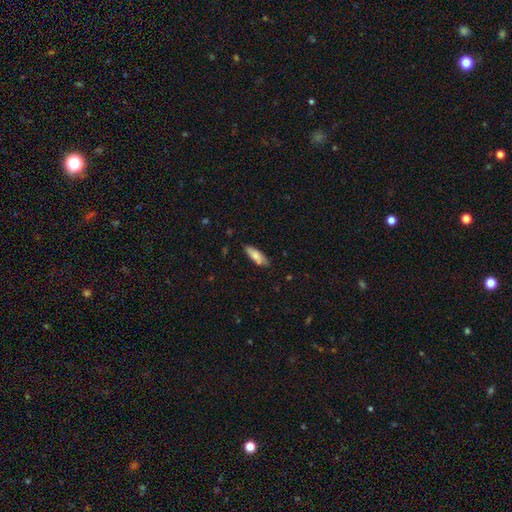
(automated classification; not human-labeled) This is likely a smooth galaxy (79%). How rounded: possibly in between (55%). Merging: likely none (80%).